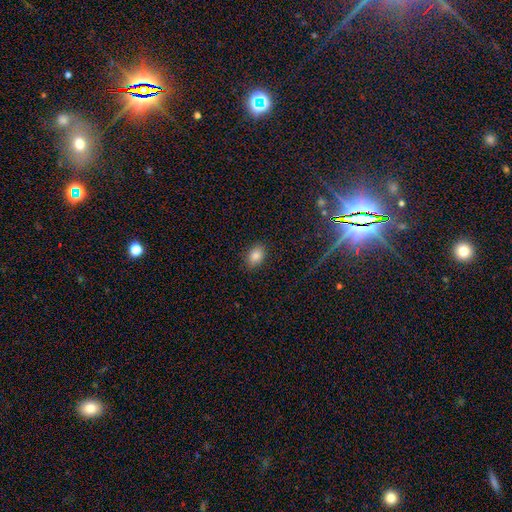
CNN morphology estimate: smooth 84%, star or artifact 10%, featured or disk 6%. Down the decision tree: how rounded — in between (81%); merging — none (87%).